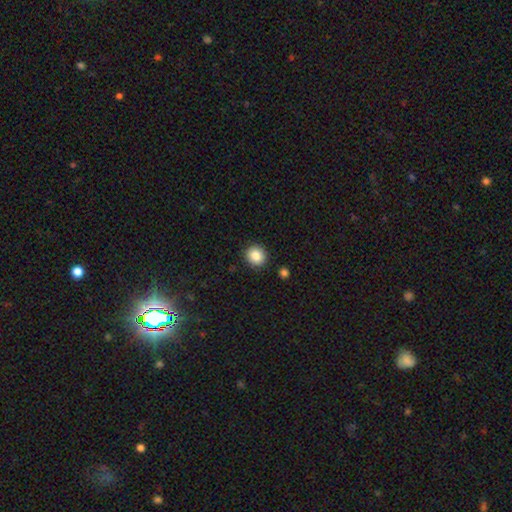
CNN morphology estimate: Q: Smooth or featured?
A: smooth (85%); runner-up: star or artifact (10%)
Q: How rounded?
A: round (85%); runner-up: in between (14%)
Q: Merging?
A: none (90%); runner-up: minor disturbance (6%)